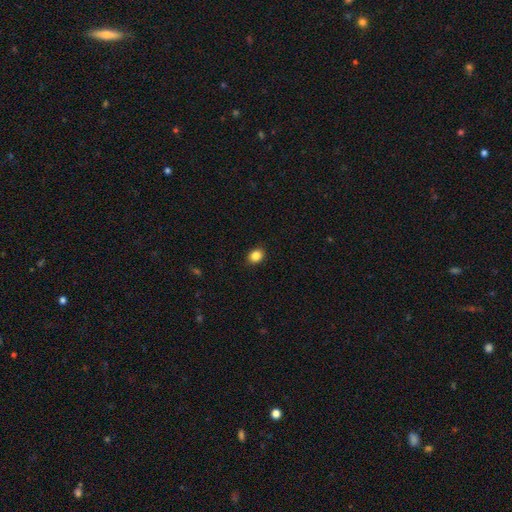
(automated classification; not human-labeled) smooth_or_featured: smooth (p=0.85) [alt: star or artifact p=0.10]
how_rounded: in between (p=0.51) [alt: round p=0.48]
merging: none (p=0.90) [alt: minor disturbance p=0.07]